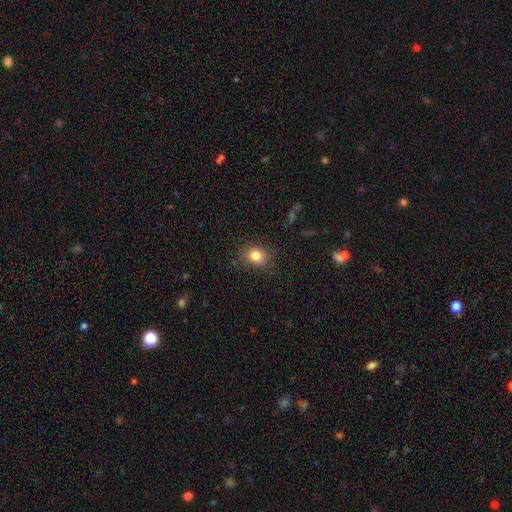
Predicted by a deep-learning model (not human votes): Smooth or featured? Predicted: smooth (p=0.83). How rounded? Predicted: round (p=0.54). Merging? Predicted: none (p=0.81).